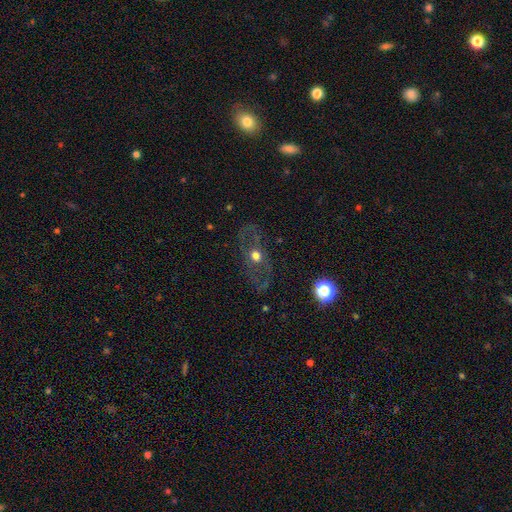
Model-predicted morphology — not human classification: smooth-or-featured: featured or disk: 62% | smooth: 26% | star or artifact: 12%
  disk-edge-on: no: 87% | yes: 13%
    bar: no: 82% | weak: 13% | strong: 5%
    has-spiral-arms: no: 57% | yes: 43%
    bulge-size: moderate: 70% | small: 13% | large: 13% | dominant: 2% | none: 2%
  merging: none: 73% | minor disturbance: 15% | major disturbance: 11% | merger: 2%